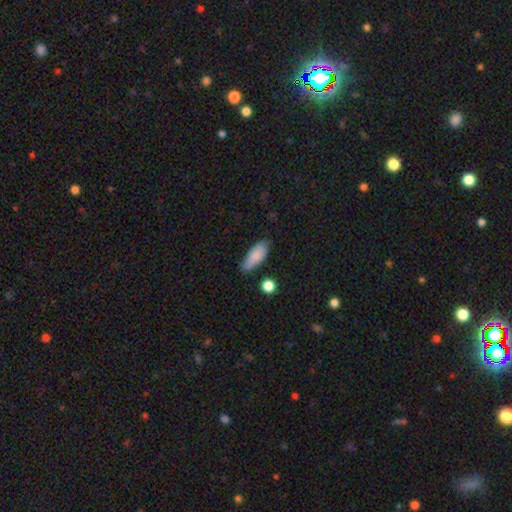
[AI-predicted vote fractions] This is clearly a smooth galaxy (84%). How rounded: likely in between (79%). Merging: likely none (74%).